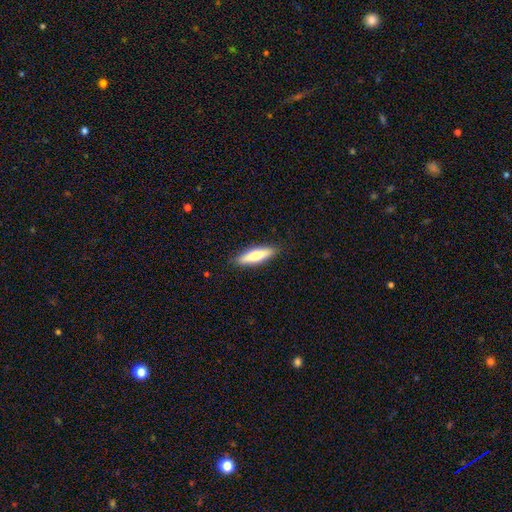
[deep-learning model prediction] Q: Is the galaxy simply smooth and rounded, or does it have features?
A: smooth — 68%.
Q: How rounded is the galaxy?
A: cigar-shaped — 71%.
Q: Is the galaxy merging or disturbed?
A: none — 89%.